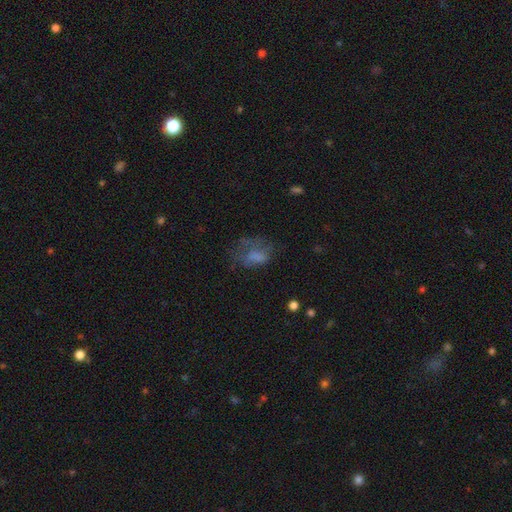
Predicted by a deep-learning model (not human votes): The model was most divided on "merging": major disturbance: 37%, none: 36%, minor disturbance: 24%, merger: 3%. More confident: how rounded — in between (75%); smooth or featured — smooth (58%).